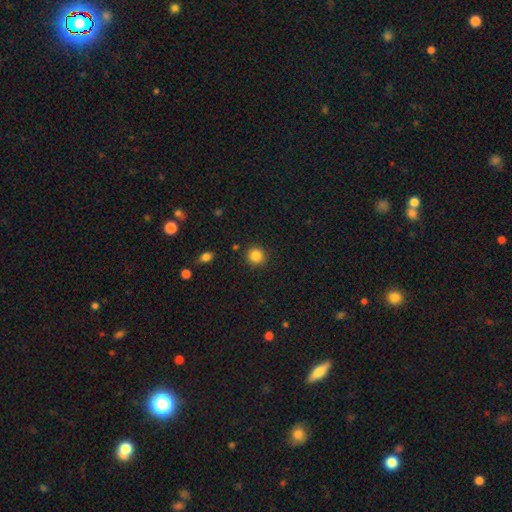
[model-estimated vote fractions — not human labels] smooth-or-featured: smooth: 85% | star or artifact: 11% | featured or disk: 4%
  how-rounded: round: 93% | in between: 6% | cigar-shaped: 1%
  merging: none: 90% | minor disturbance: 6% | major disturbance: 2% | merger: 2%